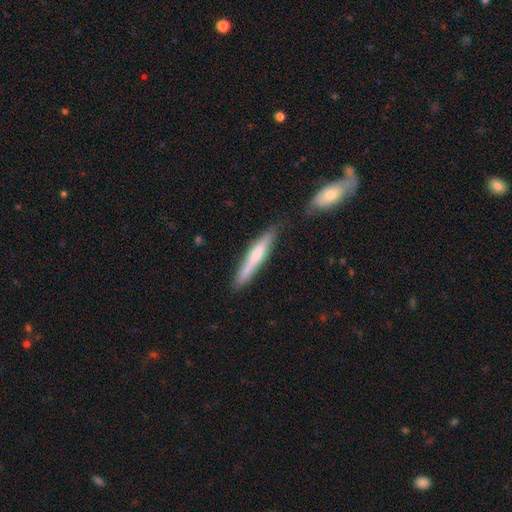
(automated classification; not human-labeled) Overall: smooth (56%; featured or disk 38%). How rounded: cigar-shaped (92%). Merging: none (76%).